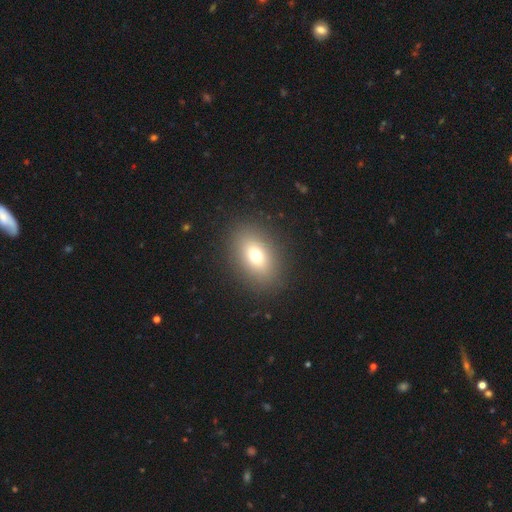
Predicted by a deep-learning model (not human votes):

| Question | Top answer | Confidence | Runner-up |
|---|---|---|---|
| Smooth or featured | smooth | 73% | featured or disk (15%) |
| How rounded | in between | 77% | round (21%) |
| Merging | none | 88% | minor disturbance (7%) |